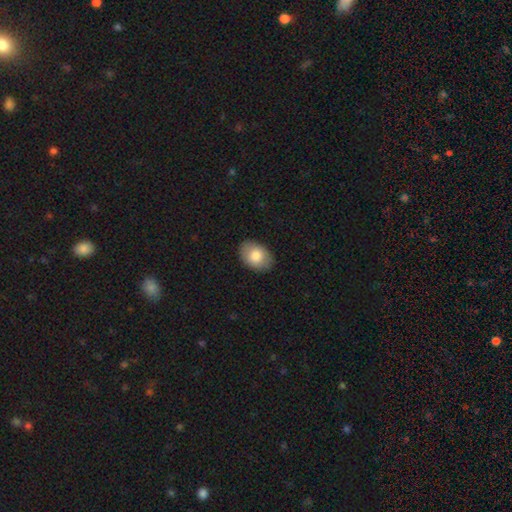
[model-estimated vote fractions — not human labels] Smooth or featured: smooth — 82% (featured or disk — 12%)
How rounded: in between — 80% (round — 19%)
Merging: none — 87% (minor disturbance — 10%)